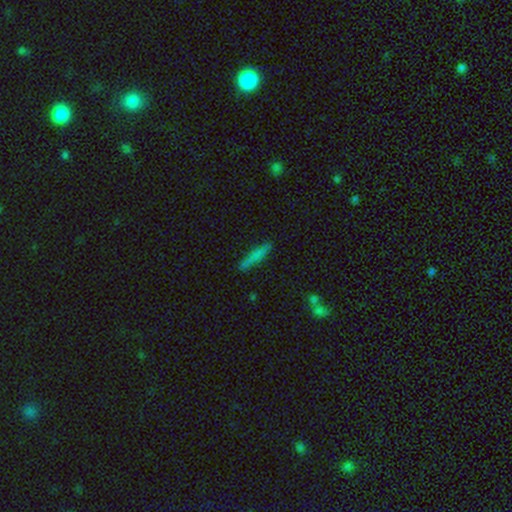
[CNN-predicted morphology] This appears to be a smooth galaxy with no disk features (71%) that is cigar-shaped (91%). Merging: none (84%).